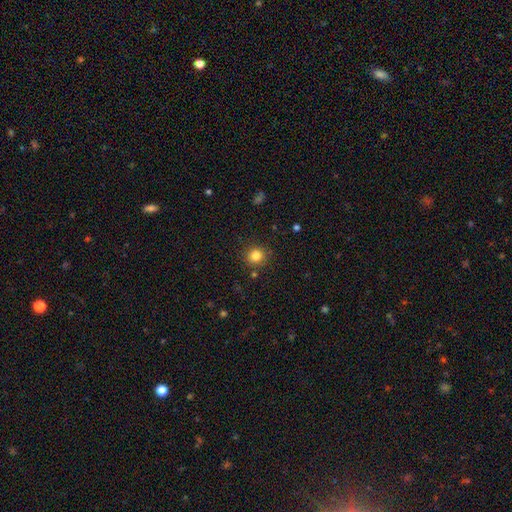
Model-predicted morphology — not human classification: smooth-or-featured: smooth: 82% | star or artifact: 13% | featured or disk: 5%
  how-rounded: round: 89% | in between: 10% | cigar-shaped: 1%
  merging: none: 86% | minor disturbance: 8% | merger: 3% | major disturbance: 3%